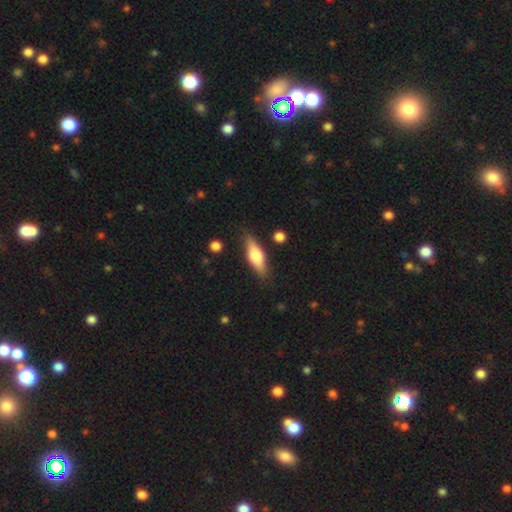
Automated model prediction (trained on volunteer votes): smooth 54%, featured or disk 40%, star or artifact 6%. Down the decision tree: how rounded — in between (49%); merging — none (83%).